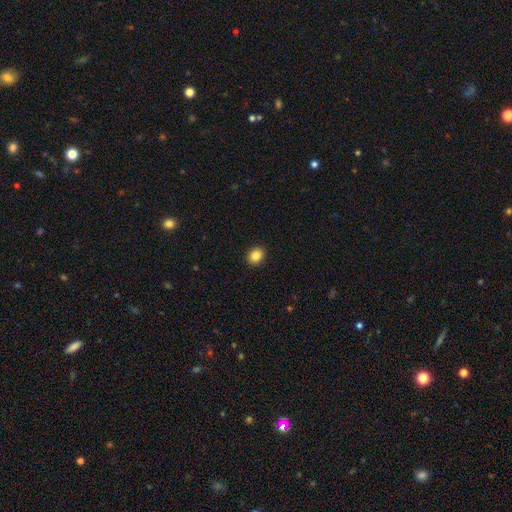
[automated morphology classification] Q: Smooth or featured?
A: smooth (85%); runner-up: star or artifact (10%)
Q: How rounded?
A: round (63%); runner-up: in between (37%)
Q: Merging?
A: none (91%); runner-up: minor disturbance (6%)